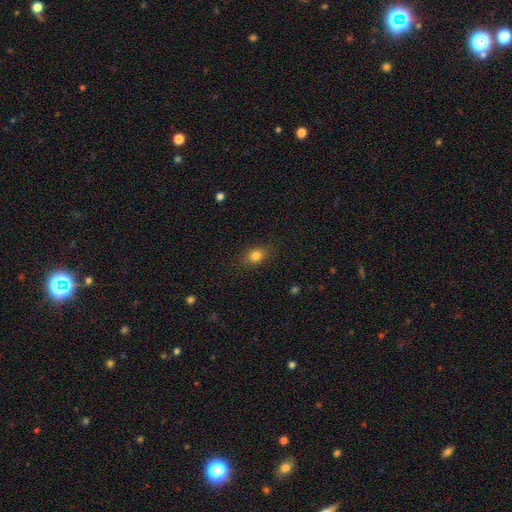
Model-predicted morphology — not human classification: The model was most divided on "how rounded": in between: 65%, round: 33%, cigar-shaped: 2%. More confident: merging — none (84%); smooth or featured — smooth (81%).